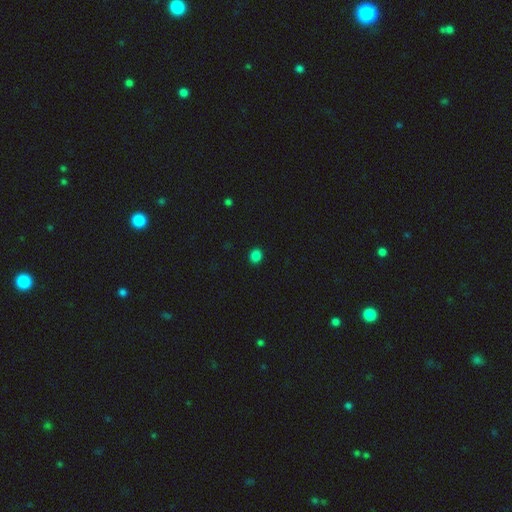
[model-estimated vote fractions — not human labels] This is clearly a smooth galaxy (84%). How rounded: likely round (72%). Merging: clearly none (92%).